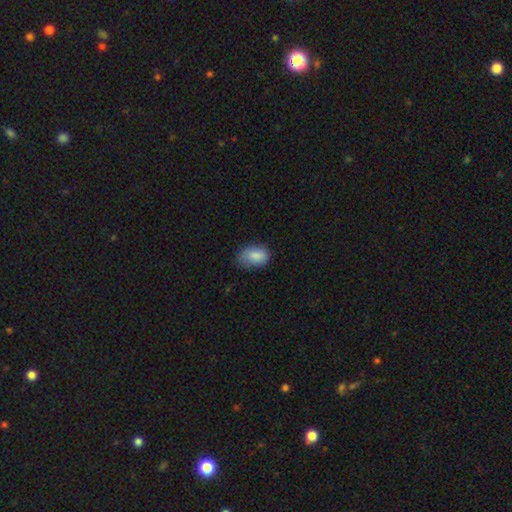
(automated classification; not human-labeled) Q: Smooth or featured?
A: smooth (87%); runner-up: star or artifact (7%)
Q: How rounded?
A: in between (88%); runner-up: round (11%)
Q: Merging?
A: none (65%); runner-up: minor disturbance (28%)